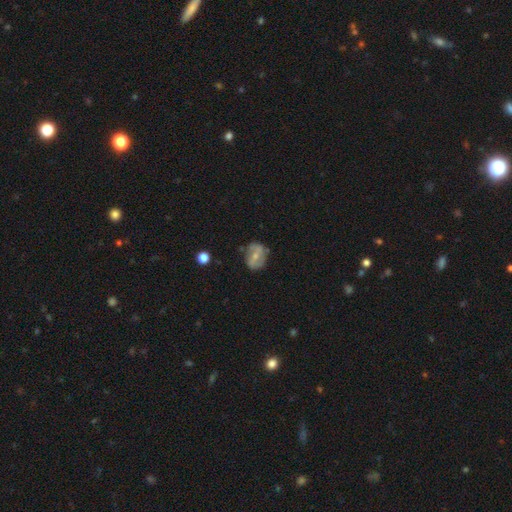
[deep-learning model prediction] smooth_or_featured: featured or disk (p=0.54) [alt: smooth p=0.38]
disk_edge_on: no (p=0.95) [alt: yes p=0.05]
bar: weak (p=0.40) [alt: no p=0.33]
has_spiral_arms: yes (p=0.59) [alt: no p=0.41]
bulge_size: small (p=0.55) [alt: moderate p=0.38]
merging: none (p=0.66) [alt: minor disturbance p=0.23]